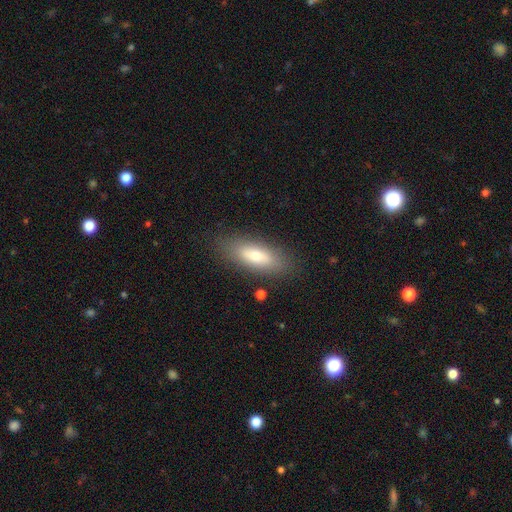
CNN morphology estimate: type=smooth (70%); roundness=in between (67%); merging=none (84%).